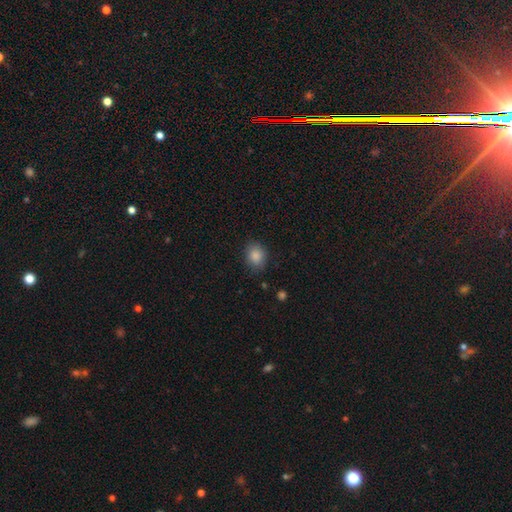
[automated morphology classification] smooth 86%, star or artifact 9%, featured or disk 4%. Down the decision tree: how rounded — round (50%); merging — none (83%).